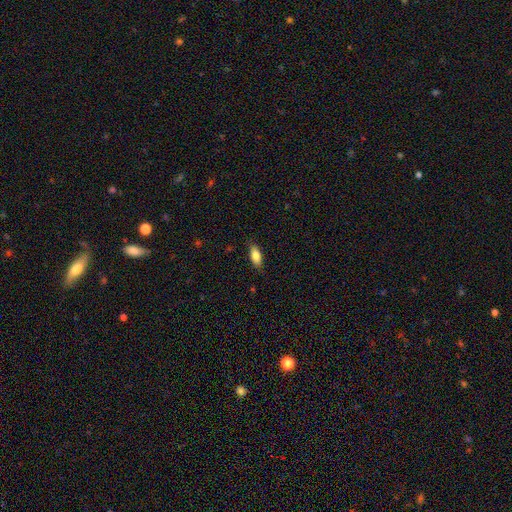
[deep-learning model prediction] This is clearly a smooth galaxy (83%). How rounded: clearly in between (84%). Merging: clearly none (86%).